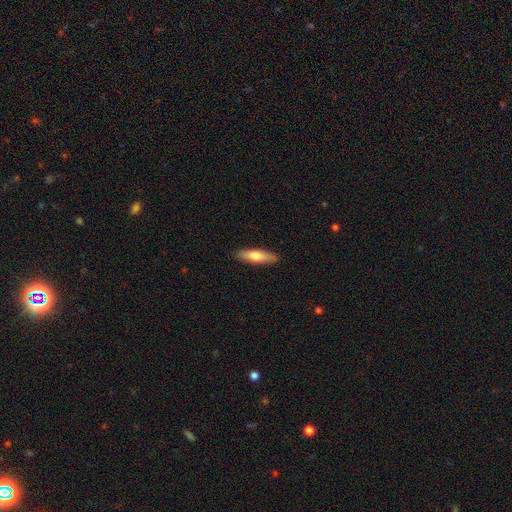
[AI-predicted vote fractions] The model was most divided on "how rounded": cigar-shaped: 68%, in between: 30%, round: 2%. More confident: merging — none (89%); smooth or featured — smooth (70%).